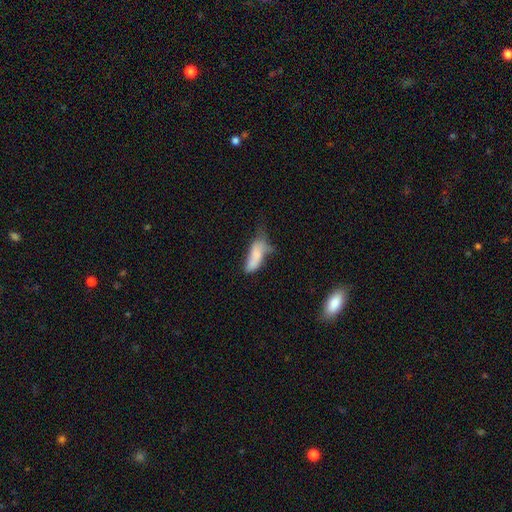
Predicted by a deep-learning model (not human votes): Smooth or featured? Predicted: smooth (p=0.70). How rounded? Predicted: in between (p=0.69). Merging? Predicted: major disturbance (p=0.30, tied with minor disturbance).